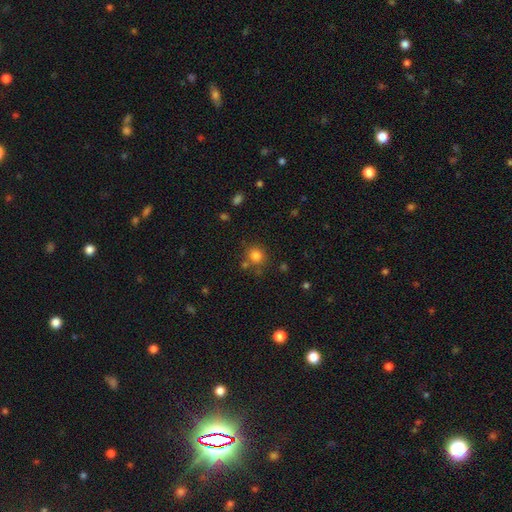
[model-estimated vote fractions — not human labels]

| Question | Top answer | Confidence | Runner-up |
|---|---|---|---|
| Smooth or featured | smooth | 80% | star or artifact (14%) |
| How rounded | round | 89% | in between (10%) |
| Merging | none | 74% | merger (11%) |